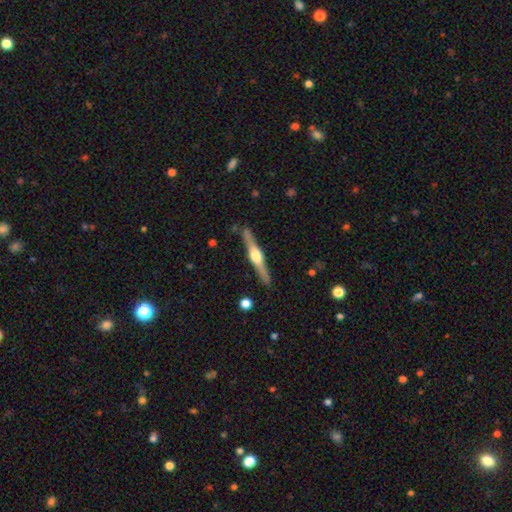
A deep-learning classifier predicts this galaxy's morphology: smooth_or_featured: featured or disk (p=0.77) [alt: smooth p=0.18]
disk_edge_on: yes (p=0.98) [alt: no p=0.02]
edge_on_bulge: rounded (p=0.93) [alt: boxy p=0.04]
merging: none (p=0.89) [alt: minor disturbance p=0.08]